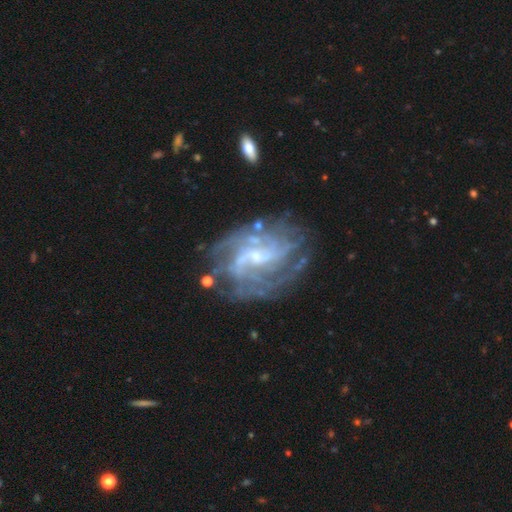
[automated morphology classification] Overall: featured or disk (88%). Edge-on disk: no (97%). Bar: weak (49%; no 36%). Spiral arms: yes (94%). Spiral arm count: can't tell (34%; 4 18%). Spiral winding: tight (49%; medium 38%). Bulge size: small (60%; moderate 26%). Merging: none (67%).